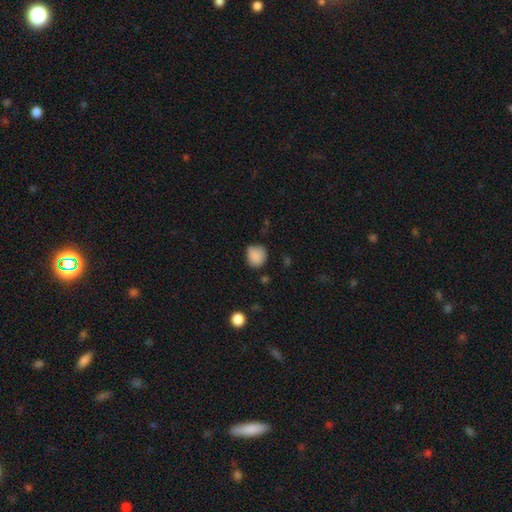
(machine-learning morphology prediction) This appears to be a smooth galaxy with no disk features (86%) that is round (78%). Merging: none (65%).